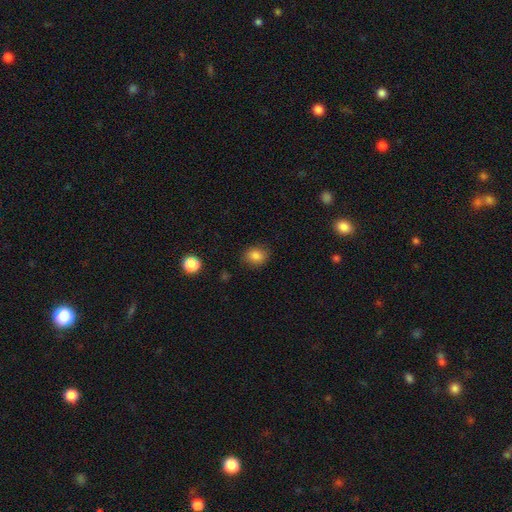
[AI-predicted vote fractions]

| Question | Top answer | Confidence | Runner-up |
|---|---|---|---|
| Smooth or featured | smooth | 83% | star or artifact (11%) |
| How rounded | round | 56% | in between (43%) |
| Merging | none | 84% | minor disturbance (12%) |